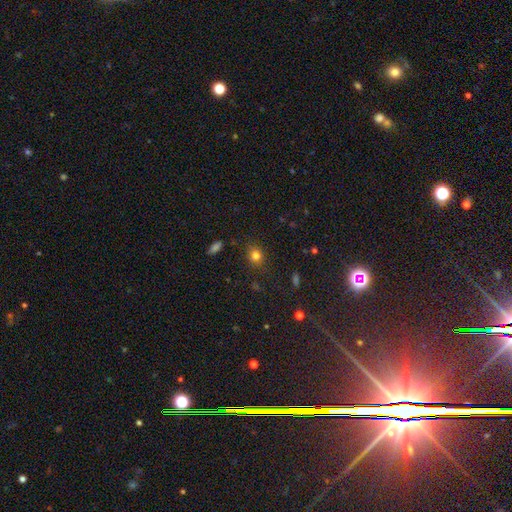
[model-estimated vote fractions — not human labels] smooth-or-featured: smooth: 80% | star or artifact: 14% | featured or disk: 6%
  how-rounded: round: 73% | in between: 26% | cigar-shaped: 1%
  merging: none: 85% | minor disturbance: 10% | major disturbance: 3% | merger: 2%